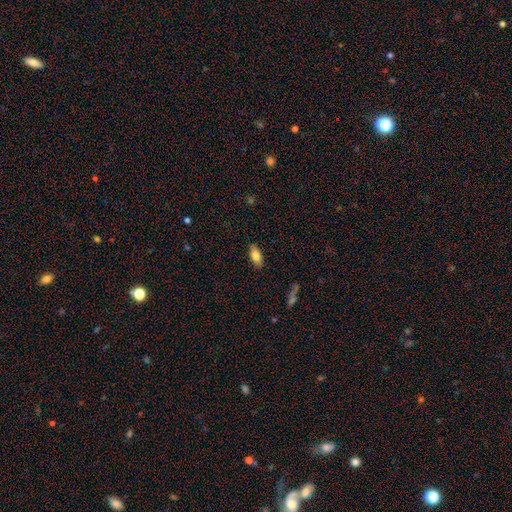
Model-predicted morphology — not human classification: Overall: smooth (78%). How rounded: in between (86%). Merging: none (87%).